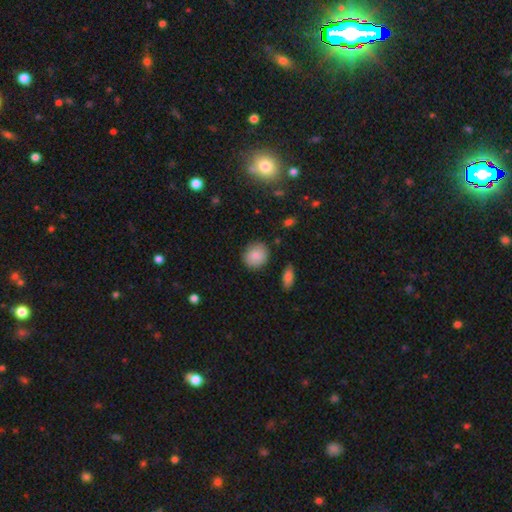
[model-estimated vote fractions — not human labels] This is clearly a smooth galaxy (80%). How rounded: likely round (74%). Merging: clearly none (82%).